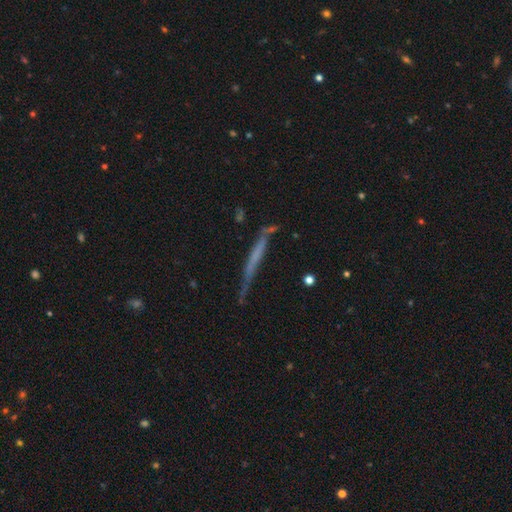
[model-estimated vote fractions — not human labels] featured or disk 53%, smooth 37%, star or artifact 10%. Down the decision tree: edge-on disk — yes (90%); merging — none (61%).